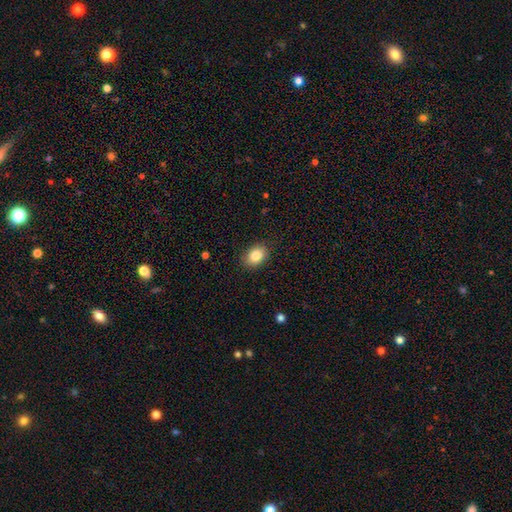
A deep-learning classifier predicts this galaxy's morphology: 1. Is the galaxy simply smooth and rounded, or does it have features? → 84% smooth, 8% star or artifact, 8% featured or disk.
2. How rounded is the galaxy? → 71% in between, 28% round, 1% cigar-shaped.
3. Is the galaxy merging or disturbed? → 87% none, 9% minor disturbance, 2% major disturbance, 1% merger.